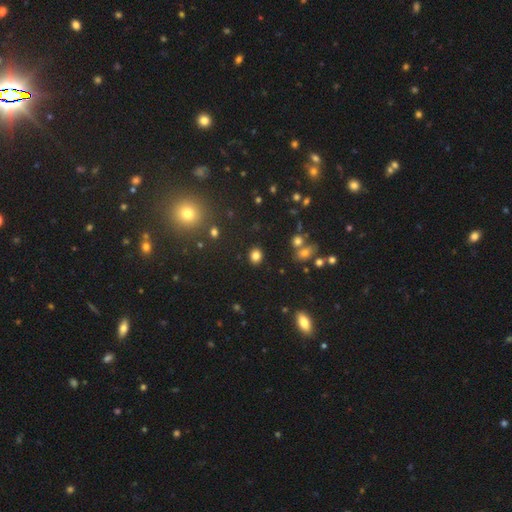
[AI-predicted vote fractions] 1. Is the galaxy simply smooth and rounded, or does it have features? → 81% smooth, 13% star or artifact, 5% featured or disk.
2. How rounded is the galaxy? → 68% round, 31% in between, 1% cigar-shaped.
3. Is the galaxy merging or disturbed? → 88% none, 7% minor disturbance, 3% merger, 2% major disturbance.